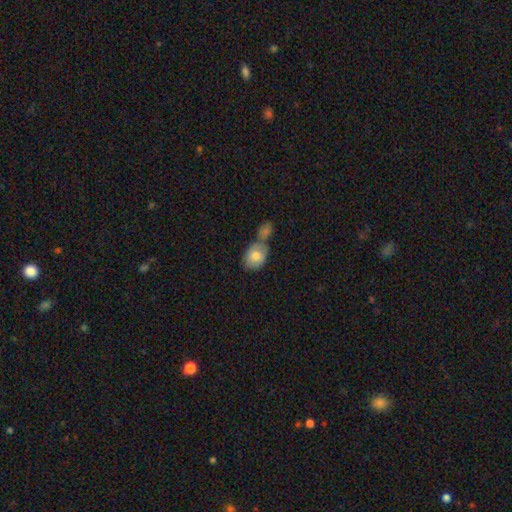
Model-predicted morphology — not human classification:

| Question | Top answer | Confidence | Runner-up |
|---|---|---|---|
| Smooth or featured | smooth | 78% | featured or disk (15%) |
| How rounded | in between | 70% | round (29%) |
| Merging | merger | 47% | none (36%) |